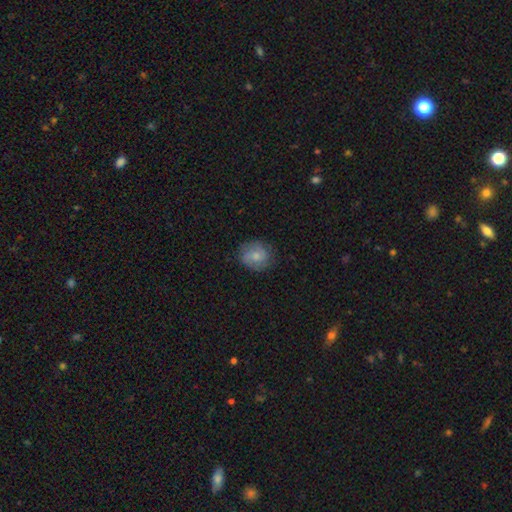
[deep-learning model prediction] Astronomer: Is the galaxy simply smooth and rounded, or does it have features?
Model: smooth — 66%.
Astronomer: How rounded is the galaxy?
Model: round — 75%.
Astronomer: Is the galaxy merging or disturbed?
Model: none — 76%.